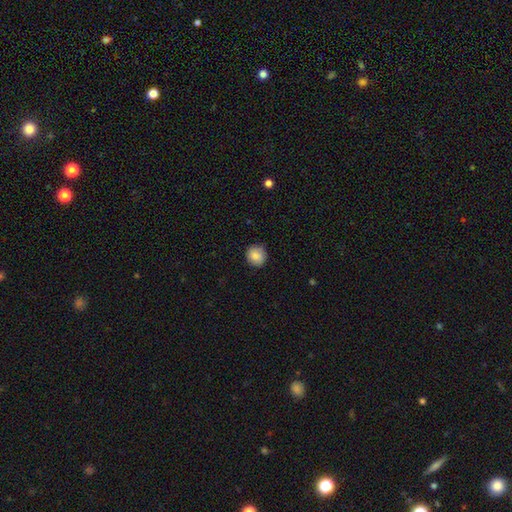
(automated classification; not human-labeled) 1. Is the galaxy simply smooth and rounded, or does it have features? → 86% smooth, 8% star or artifact, 6% featured or disk.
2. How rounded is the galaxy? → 87% round, 12% in between, 1% cigar-shaped.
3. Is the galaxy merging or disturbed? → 86% none, 11% minor disturbance, 2% major disturbance, 1% merger.